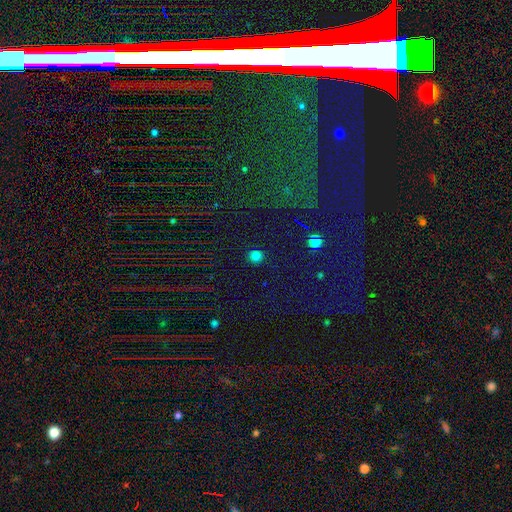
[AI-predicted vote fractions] Smooth or featured? Predicted: smooth (p=0.78). How rounded? Predicted: round (p=0.92). Merging? Predicted: none (p=0.91).